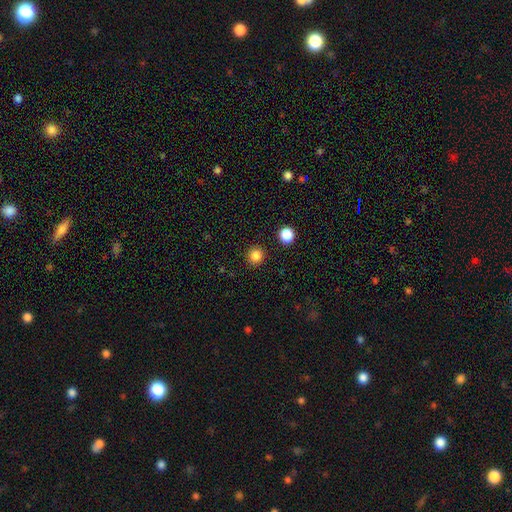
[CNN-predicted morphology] smooth-or-featured: smooth: 84% | star or artifact: 12% | featured or disk: 4%
  how-rounded: round: 93% | in between: 6% | cigar-shaped: 1%
  merging: none: 91% | minor disturbance: 5% | major disturbance: 2% | merger: 2%